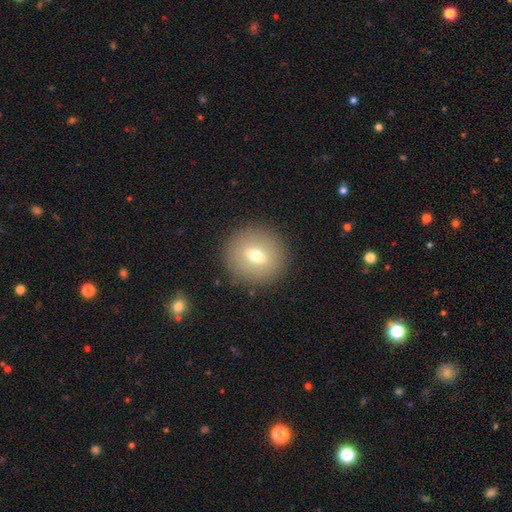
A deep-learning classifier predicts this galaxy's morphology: Smooth or featured? smooth (60%)
How rounded? round (85%)
Merging? none (87%)